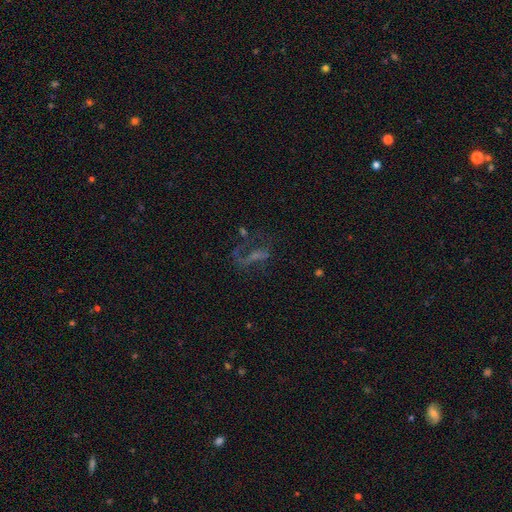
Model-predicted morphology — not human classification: This is possibly a featured or disk galaxy (52%). It is clearly not viewed edge-on (92%). Merging: marginally none (41%).